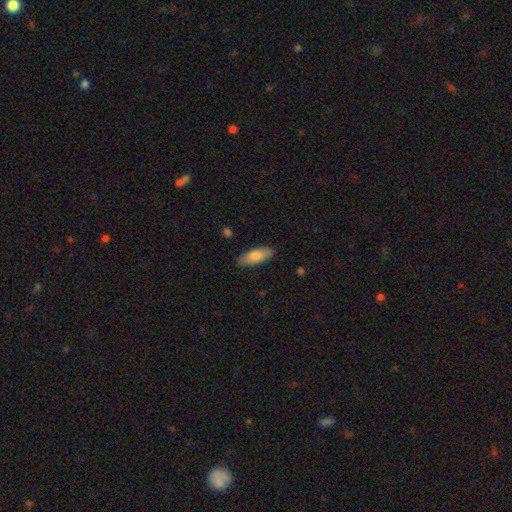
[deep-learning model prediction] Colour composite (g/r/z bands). It shows a smooth galaxy with no disk features (80%) that is in between round and cigar-shaped (71%). Merging: none (85%).